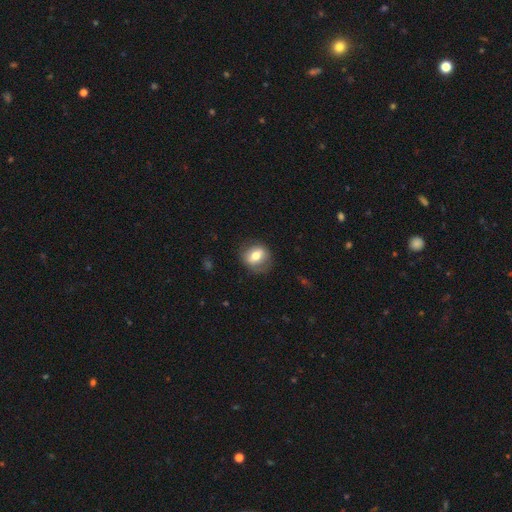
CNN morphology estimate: This appears to be a smooth galaxy with no disk features (66%) that is round (57%). Merging: none (75%).